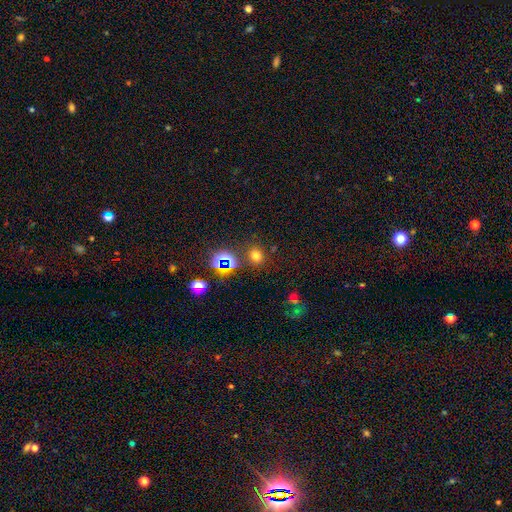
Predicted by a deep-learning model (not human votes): Smooth or featured: smooth — 67% (star or artifact — 26%)
How rounded: round — 76% (in between — 23%)
Merging: none — 82% (minor disturbance — 9%)